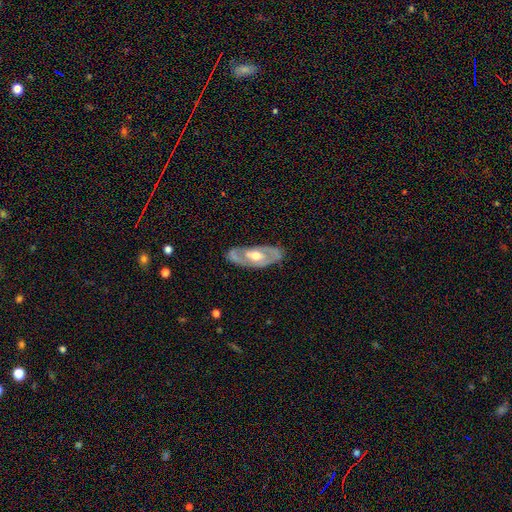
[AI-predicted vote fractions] Overall: featured or disk (74%). Edge-on disk: no (84%). Bar: no (66%). Spiral arms: yes (56%; no 44%). Bulge size: moderate (72%). Merging: none (80%).